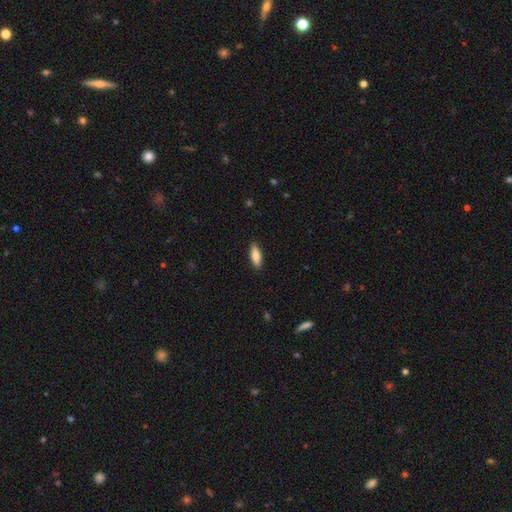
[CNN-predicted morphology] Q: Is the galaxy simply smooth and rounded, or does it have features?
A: smooth — 82%.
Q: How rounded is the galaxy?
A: in between — 65%.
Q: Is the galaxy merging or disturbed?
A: none — 88%.